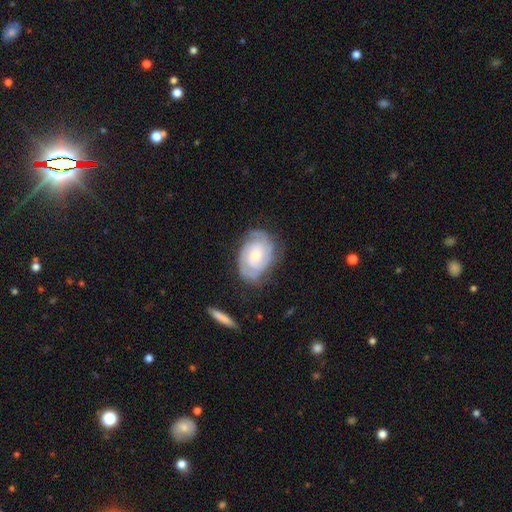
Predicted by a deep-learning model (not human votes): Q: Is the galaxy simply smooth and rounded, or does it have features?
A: featured or disk — 77%.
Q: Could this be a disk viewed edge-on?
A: no — 97%.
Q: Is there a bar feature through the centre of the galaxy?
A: no — 69%.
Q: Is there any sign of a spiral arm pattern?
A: yes — 93%.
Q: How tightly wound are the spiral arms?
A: tight — 63%.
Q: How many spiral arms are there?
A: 2 — 45%.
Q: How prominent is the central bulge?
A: small — 49%.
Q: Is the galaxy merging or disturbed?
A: none — 68%.